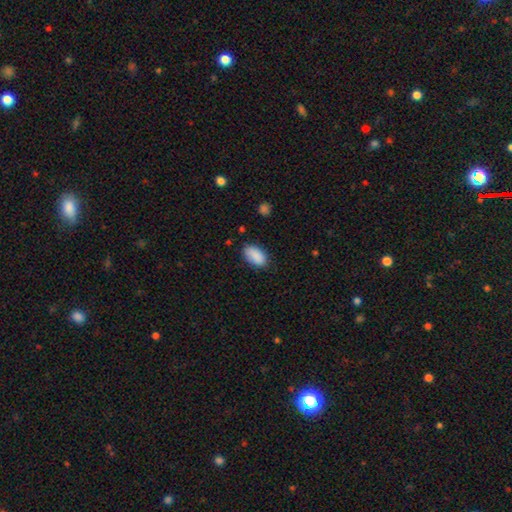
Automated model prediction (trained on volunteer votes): This is clearly a smooth galaxy (89%). How rounded: clearly in between (94%). Merging: clearly none (82%).